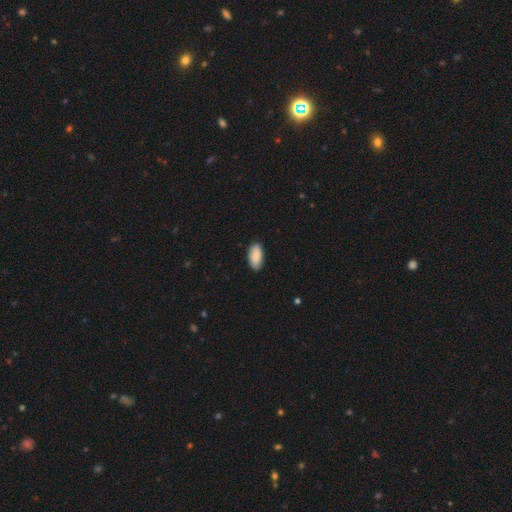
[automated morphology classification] A smooth galaxy with no disk features (89%) that is in between round and cigar-shaped (92%). Merging: none (87%).